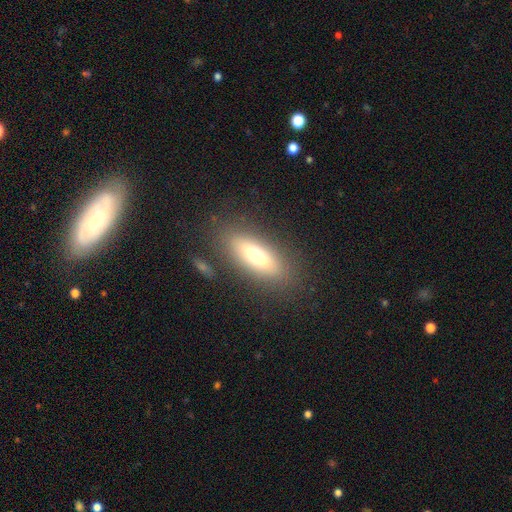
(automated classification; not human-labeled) smooth_or_featured: smooth (p=0.66) [alt: featured or disk p=0.26]
how_rounded: in between (p=0.62) [alt: cigar-shaped p=0.35]
merging: none (p=0.83) [alt: minor disturbance p=0.10]